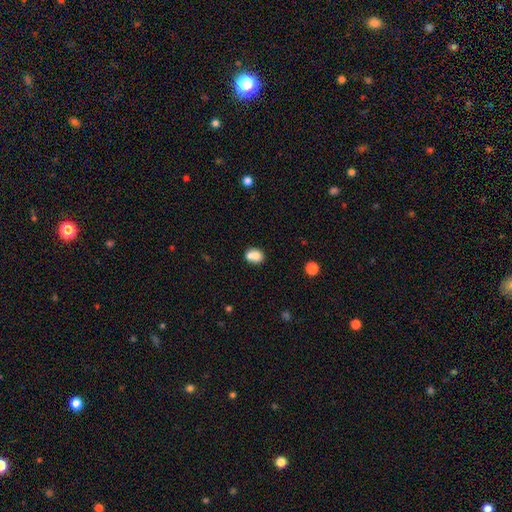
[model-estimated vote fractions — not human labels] smooth-or-featured: smooth: 75% | featured or disk: 15% | star or artifact: 10%
  how-rounded: round: 54% | in between: 45% | cigar-shaped: 1%
  merging: merger: 50% | none: 37% | minor disturbance: 10% | major disturbance: 4%